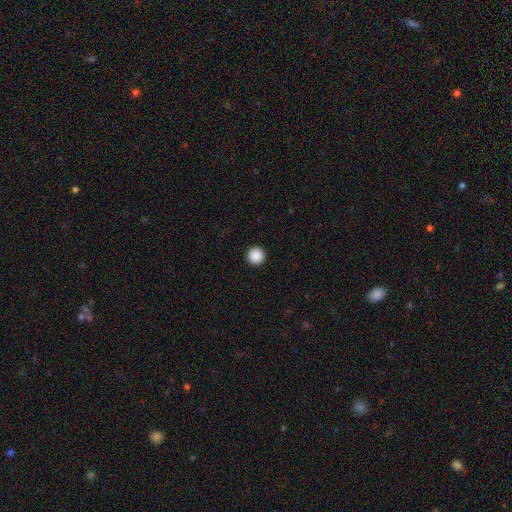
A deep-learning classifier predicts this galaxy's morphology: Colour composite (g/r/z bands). It shows a smooth galaxy with no disk features (89%) that is round (97%). Merging: none (94%).